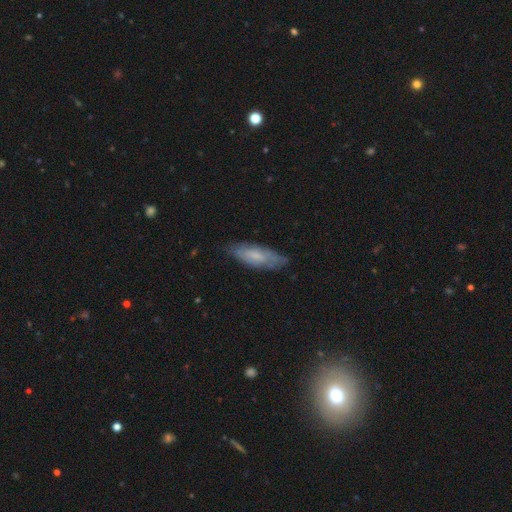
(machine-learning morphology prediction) smooth-or-featured: smooth: 58% | featured or disk: 35% | star or artifact: 7%
  how-rounded: in between: 56% | cigar-shaped: 42% | round: 2%
  merging: none: 74% | minor disturbance: 21% | major disturbance: 4% | merger: 1%